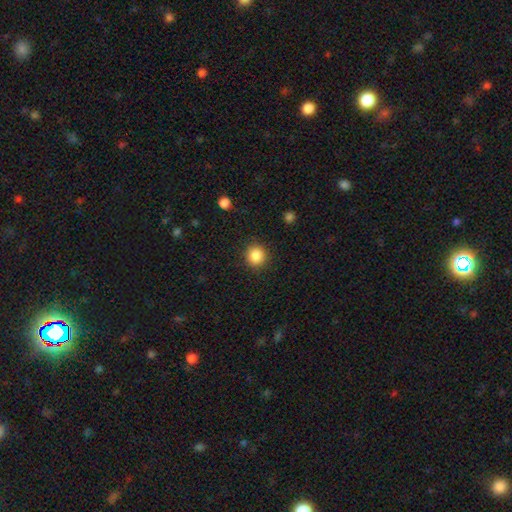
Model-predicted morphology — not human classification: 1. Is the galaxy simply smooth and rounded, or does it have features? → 86% smooth, 10% star or artifact, 4% featured or disk.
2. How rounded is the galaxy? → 91% round, 8% in between, 1% cigar-shaped.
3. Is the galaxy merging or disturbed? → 90% none, 7% minor disturbance, 3% major disturbance, 1% merger.